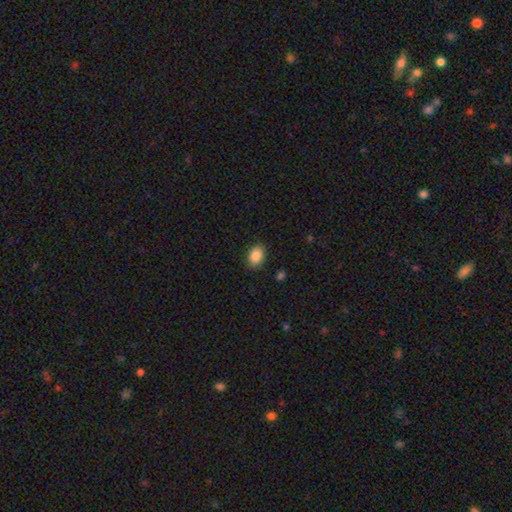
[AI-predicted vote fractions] The model was most divided on "how rounded": in between: 76%, round: 23%, cigar-shaped: 1%. More confident: smooth or featured — smooth (88%); merging — none (86%).